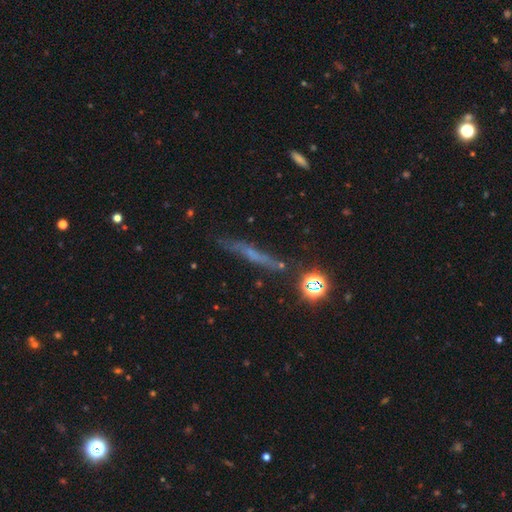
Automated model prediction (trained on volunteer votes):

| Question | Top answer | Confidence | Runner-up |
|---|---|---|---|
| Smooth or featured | featured or disk | 48% | smooth (35%) |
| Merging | none | 77% | minor disturbance (14%) |